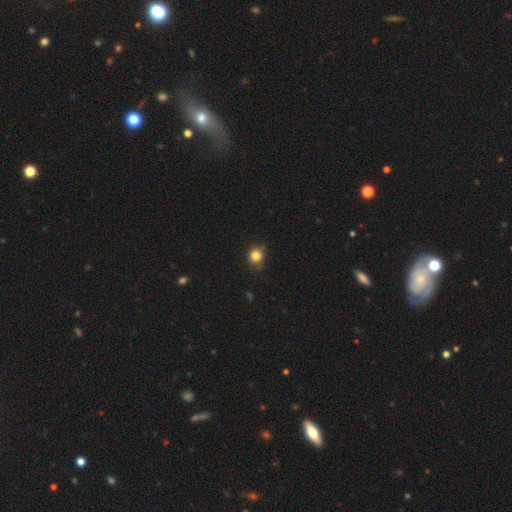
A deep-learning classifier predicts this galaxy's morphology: smooth_or_featured: smooth (p=0.82) [alt: star or artifact p=0.12]
how_rounded: round (p=0.84) [alt: in between p=0.15]
merging: none (p=0.75) [alt: minor disturbance p=0.20]